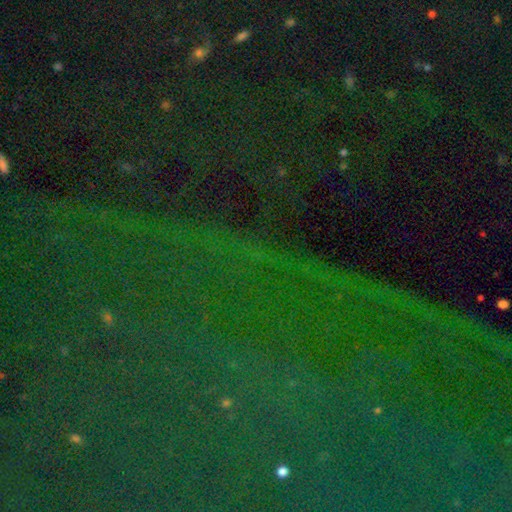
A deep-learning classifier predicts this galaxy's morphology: smooth-or-featured: star or artifact: 83% | smooth: 10% | featured or disk: 7%